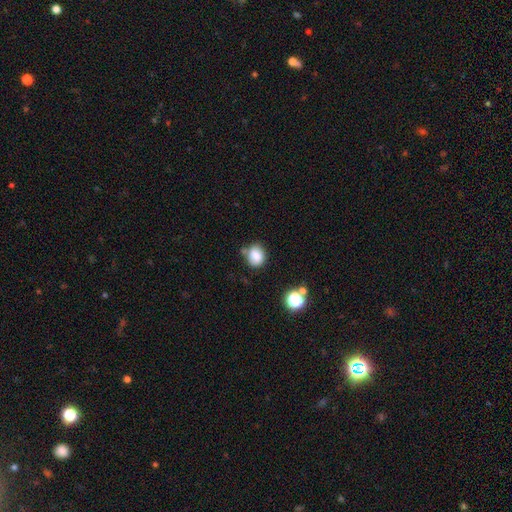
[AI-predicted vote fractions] Smooth or featured: smooth — 79% (star or artifact — 11%)
How rounded: round — 55% (in between — 44%)
Merging: none — 62% (minor disturbance — 21%)